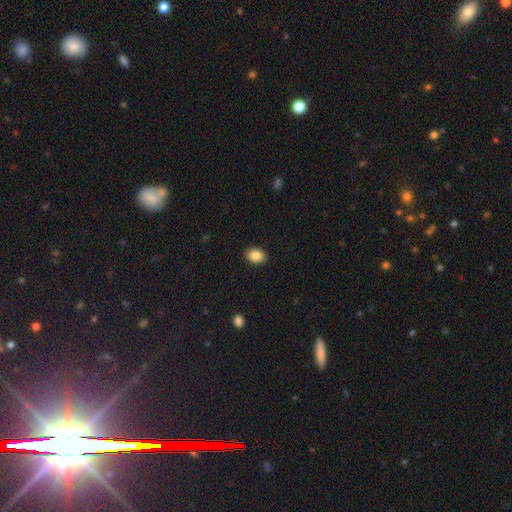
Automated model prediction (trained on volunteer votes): smooth-or-featured: smooth: 87% | star or artifact: 8% | featured or disk: 5%
  how-rounded: in between: 76% | round: 23% | cigar-shaped: 1%
  merging: none: 90% | minor disturbance: 7% | major disturbance: 2% | merger: 1%